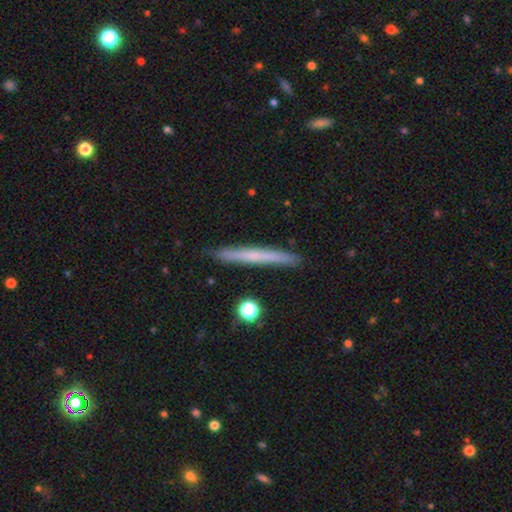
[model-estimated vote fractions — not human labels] A smooth galaxy with no disk features (52%) that is cigar-shaped (96%). Merging: none (90%).